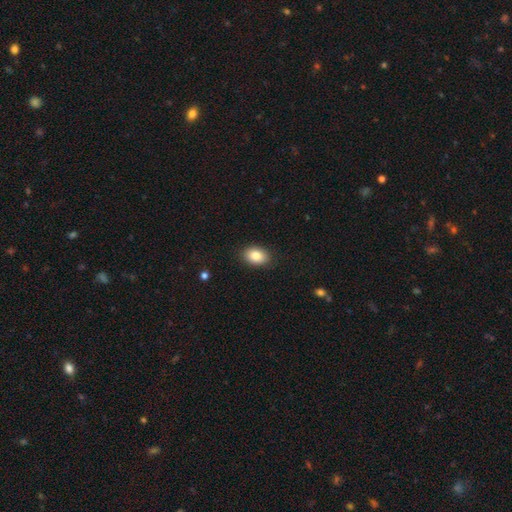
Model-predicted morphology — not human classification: The model was most divided on "how rounded": in between: 80%, round: 19%, cigar-shaped: 1%. More confident: merging — none (88%); smooth or featured — smooth (85%).